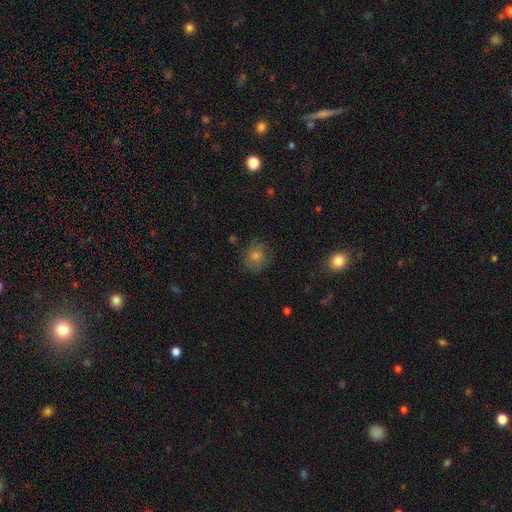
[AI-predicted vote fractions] Smooth or featured? Predicted: smooth (p=0.62). How rounded? Predicted: round (p=0.77). Merging? Predicted: none (p=0.79).